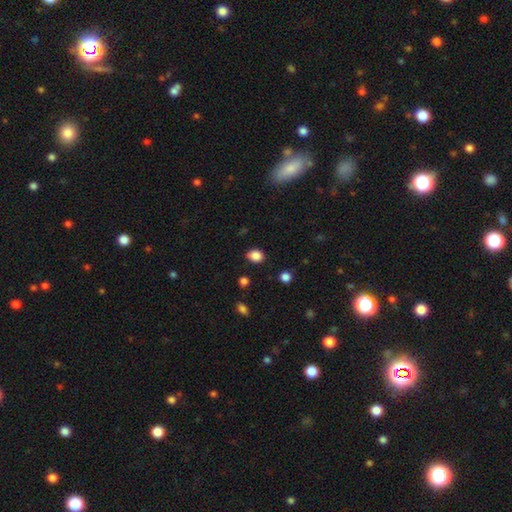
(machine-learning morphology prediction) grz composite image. It shows a smooth galaxy with no disk features (86%) that is in between round and cigar-shaped (55%). Merging: none (81%).